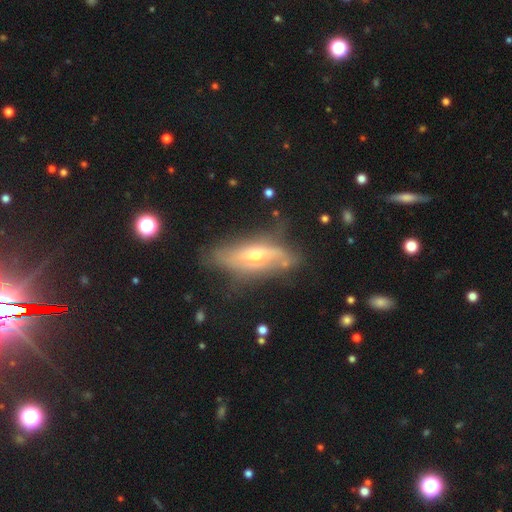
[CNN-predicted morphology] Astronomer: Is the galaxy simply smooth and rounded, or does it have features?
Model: featured or disk — 63%.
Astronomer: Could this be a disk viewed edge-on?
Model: yes — 57% (runner-up: no, 43%).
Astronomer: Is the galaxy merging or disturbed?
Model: none — 62%.